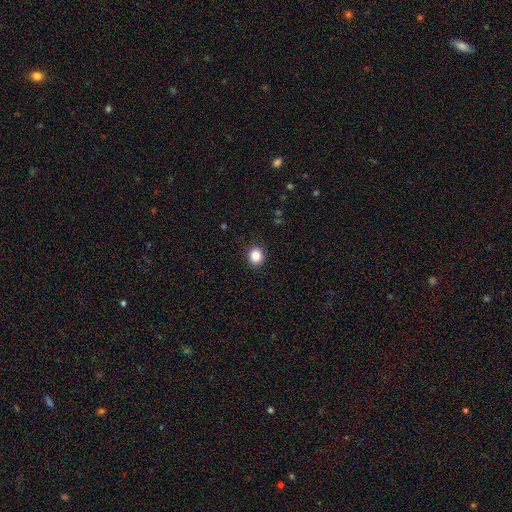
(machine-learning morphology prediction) The model was most divided on "how rounded": round: 77%, in between: 22%, cigar-shaped: 1%. More confident: merging — none (90%); smooth or featured — smooth (86%).